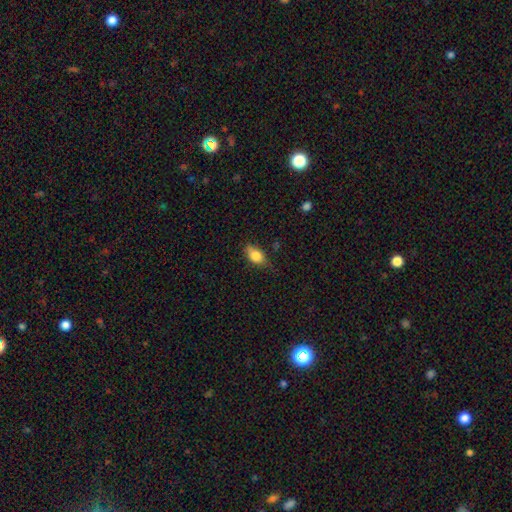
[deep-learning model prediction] Smooth or featured? smooth (78%)
How rounded? in between (82%)
Merging? none (56%)